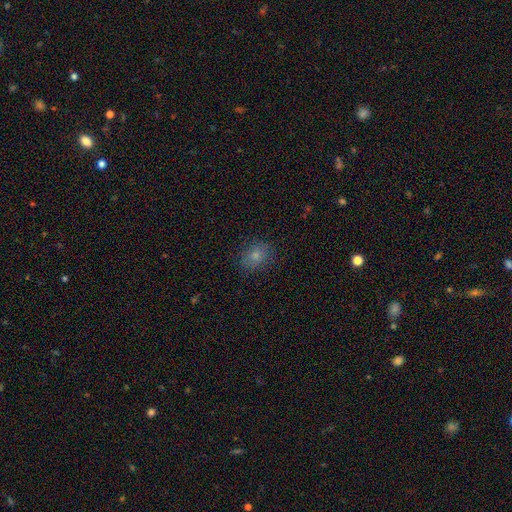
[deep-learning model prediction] A smooth galaxy with no disk features (78%) that is in between round and cigar-shaped (56%).

Vote fractions:
- Smooth or featured? smooth: 78% / star or artifact: 12% / featured or disk: 10%
- How rounded? in between: 56% / round: 43% / cigar-shaped: 1%
- Merging? none: 82% / minor disturbance: 14% / major disturbance: 4% / merger: 1%